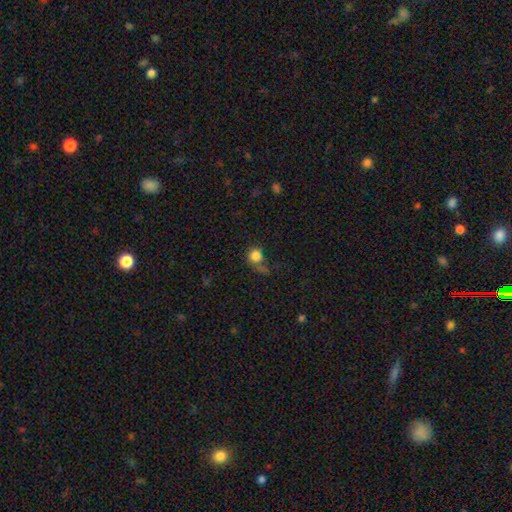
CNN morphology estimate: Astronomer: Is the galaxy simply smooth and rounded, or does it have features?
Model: smooth — 82%.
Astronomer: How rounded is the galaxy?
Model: round — 84%.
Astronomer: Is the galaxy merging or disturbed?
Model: none — 47%.